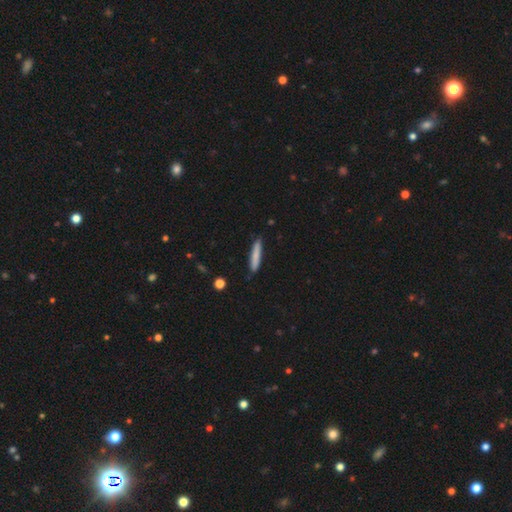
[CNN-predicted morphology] Smooth or featured? smooth (80%)
How rounded? cigar-shaped (92%)
Merging? none (85%)